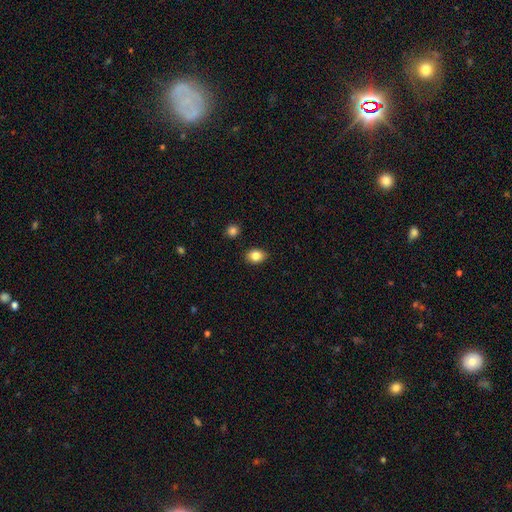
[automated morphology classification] The model was most divided on "how rounded": in between: 65%, round: 34%, cigar-shaped: 1%. More confident: merging — none (86%); smooth or featured — smooth (84%).